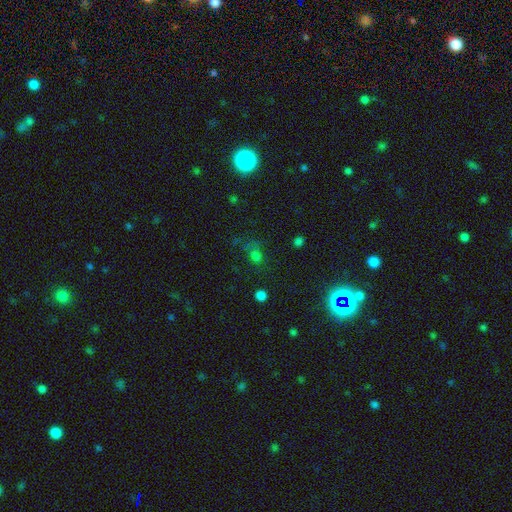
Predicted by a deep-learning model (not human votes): This appears to be a smooth galaxy with no disk features (59%) that is round (55%). Merging: none (51%).